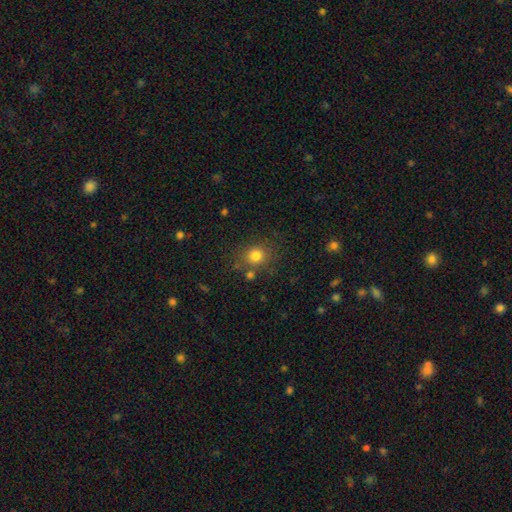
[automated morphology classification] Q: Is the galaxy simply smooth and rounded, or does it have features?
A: smooth — 79%.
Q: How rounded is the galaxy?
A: round — 81%.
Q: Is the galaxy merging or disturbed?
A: none — 76%.